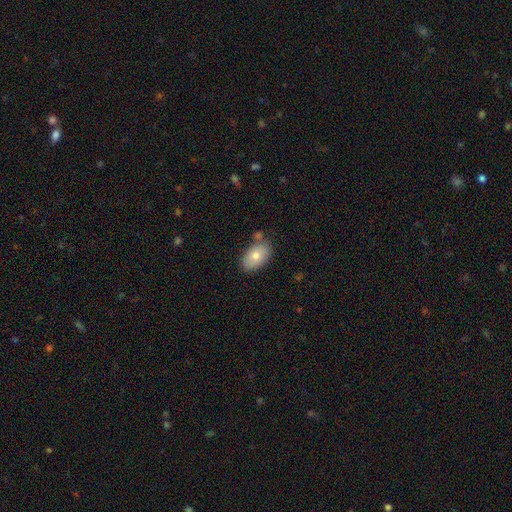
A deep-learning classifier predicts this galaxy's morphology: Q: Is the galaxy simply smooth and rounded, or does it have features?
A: smooth — 78%.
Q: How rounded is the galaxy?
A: in between — 92%.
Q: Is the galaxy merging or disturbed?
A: none — 75%.